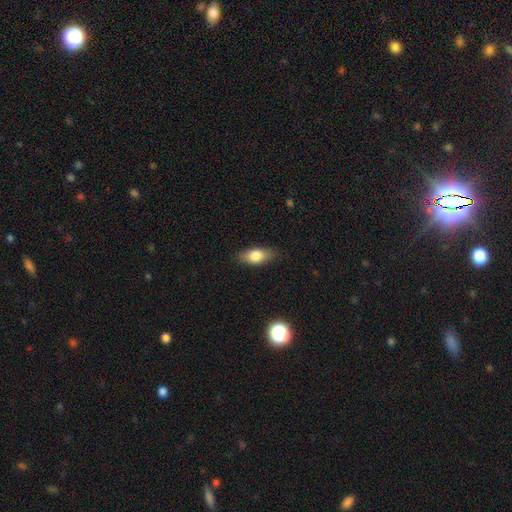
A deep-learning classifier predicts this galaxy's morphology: smooth 78%, featured or disk 15%, star or artifact 7%. Down the decision tree: how rounded — in between (83%); merging — none (83%).